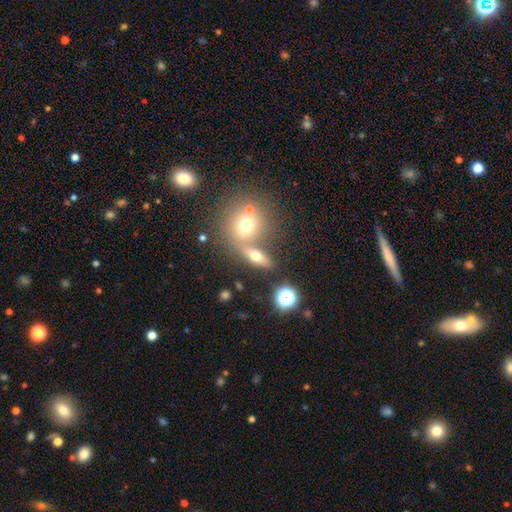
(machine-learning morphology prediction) Smooth or featured: smooth — 59% (featured or disk — 25%)
How rounded: in between — 51% (round — 27%)
Merging: none — 58% (merger — 28%)